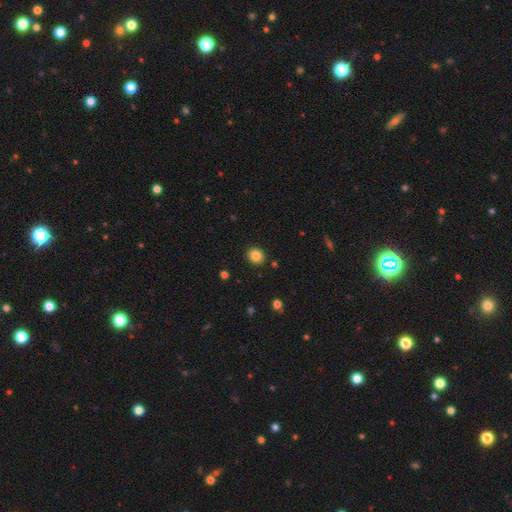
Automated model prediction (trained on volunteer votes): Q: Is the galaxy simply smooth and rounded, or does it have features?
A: smooth — 85%.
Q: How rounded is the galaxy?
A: round — 75%.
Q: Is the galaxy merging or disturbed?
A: none — 90%.